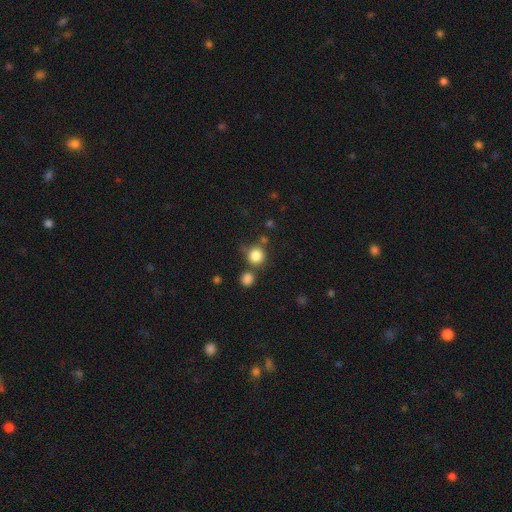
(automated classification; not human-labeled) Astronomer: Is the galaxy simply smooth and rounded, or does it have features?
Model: smooth — 83%.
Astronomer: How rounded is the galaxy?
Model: round — 90%.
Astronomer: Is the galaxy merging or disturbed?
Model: none — 68%.